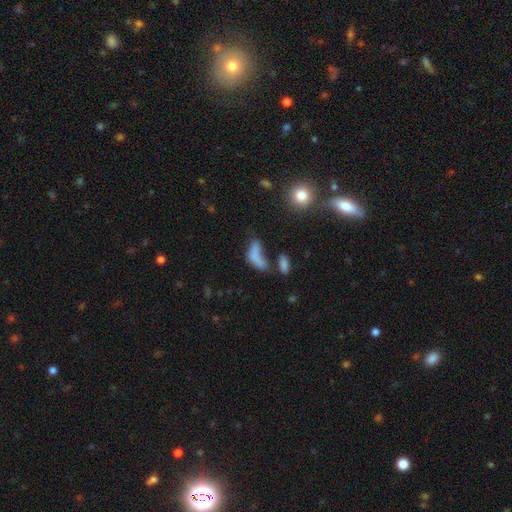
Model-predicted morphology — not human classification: A smooth galaxy with no disk features (67%) that is in between round and cigar-shaped (78%).

Vote fractions:
- Smooth or featured? smooth: 67% / featured or disk: 18% / star or artifact: 15%
- How rounded? in between: 78% / cigar-shaped: 16% / round: 7%
- Merging? merger: 36% / major disturbance: 26% / none: 23% / minor disturbance: 15%